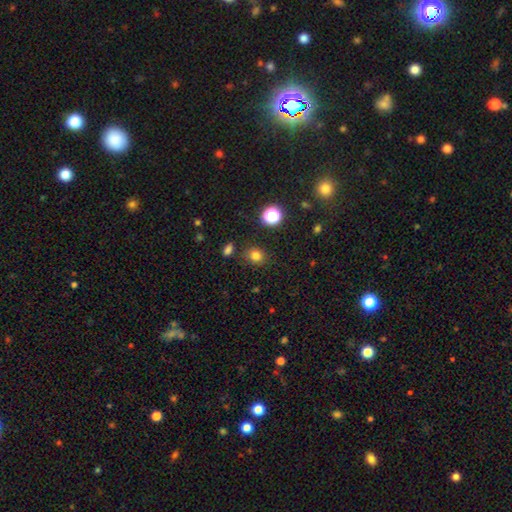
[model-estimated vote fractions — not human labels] This appears to be a smooth galaxy with no disk features (77%) that is round (71%). Merging: none (84%).